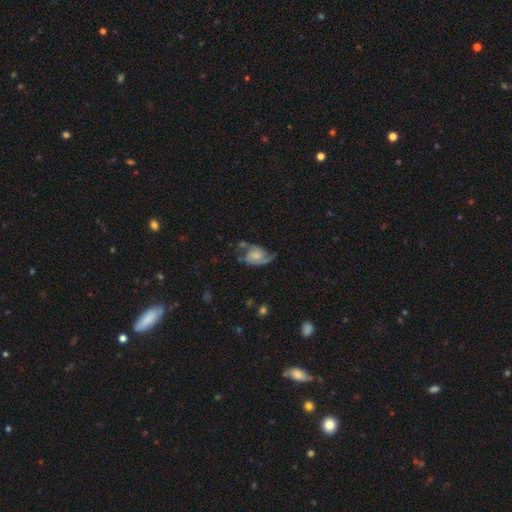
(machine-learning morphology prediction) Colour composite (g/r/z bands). It shows a featured or disk galaxy (68%) with no bar (65%), 2 (76%) medium (43%) spiral arms (90%) and a small central bulge (40%). Merging: none (42%).